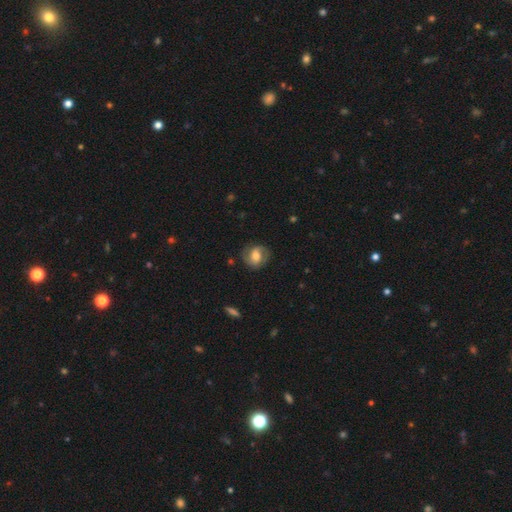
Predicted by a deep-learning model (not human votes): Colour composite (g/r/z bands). It shows a featured or disk galaxy (60%) with a weak bar (43%), 2 (84%) medium (47%) spiral arms (86%) and a moderate central bulge (61%). Merging: none (78%).